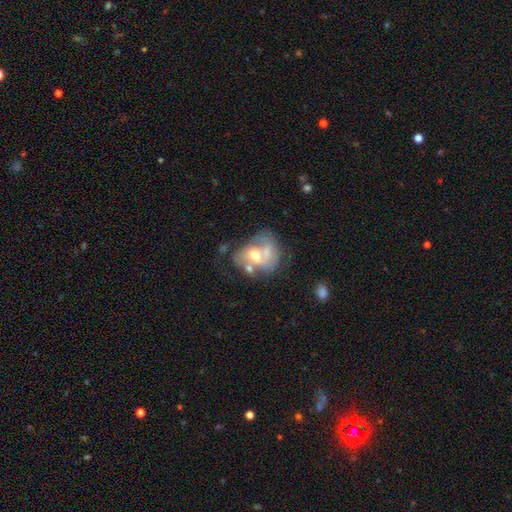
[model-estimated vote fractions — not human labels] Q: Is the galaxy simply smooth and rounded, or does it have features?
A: featured or disk — 61%.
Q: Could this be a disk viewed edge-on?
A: no — 97%.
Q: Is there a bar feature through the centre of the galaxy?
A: no — 64%.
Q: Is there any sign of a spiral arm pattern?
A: yes — 52%.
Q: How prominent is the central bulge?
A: moderate — 64%.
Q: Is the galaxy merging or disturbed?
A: merger — 37%.